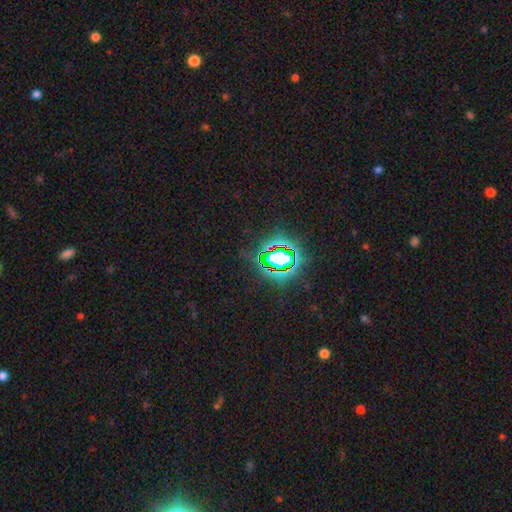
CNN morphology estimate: smooth-or-featured: star or artifact: 84% | smooth: 10% | featured or disk: 6%